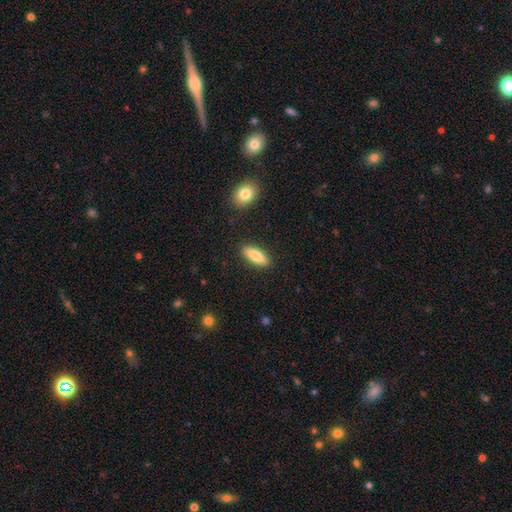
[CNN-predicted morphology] Smooth or featured? smooth (82%)
How rounded? in between (60%)
Merging? none (88%)